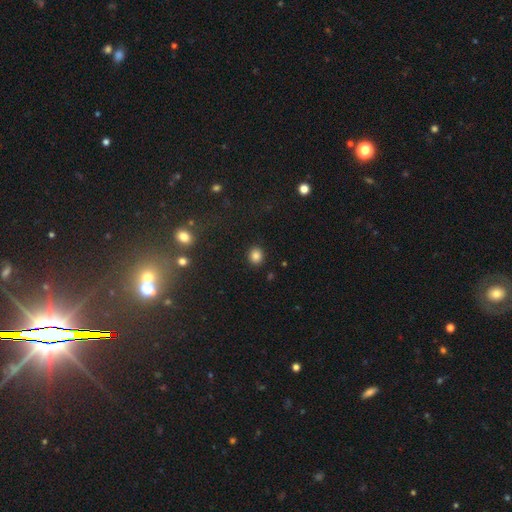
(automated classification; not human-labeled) This appears to be a smooth galaxy with no disk features (84%) that is round (78%). Merging: none (90%).